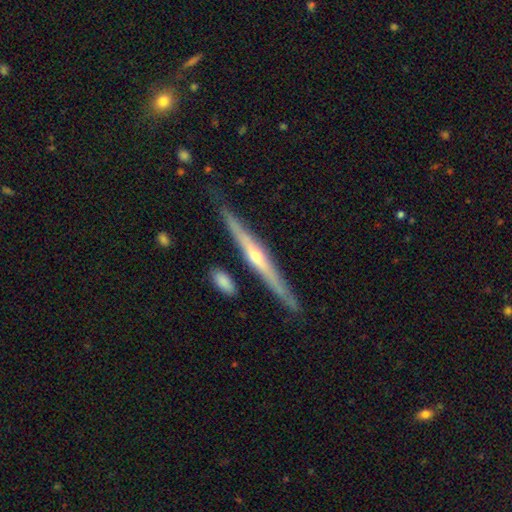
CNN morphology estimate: A featured or disk galaxy (73%) viewed edge-on (96%) with a rounded central bulge (75%).

Vote fractions:
- Smooth or featured? featured or disk: 73% / smooth: 21% / star or artifact: 5%
- Edge-on disk? yes: 96% / no: 4%
- Edge-on bulge? rounded: 75% / none: 21% / boxy: 4%
- Merging? none: 83% / minor disturbance: 12% / merger: 3% / major disturbance: 2%